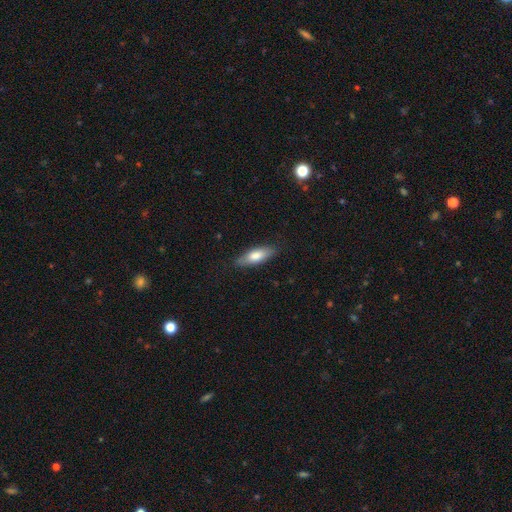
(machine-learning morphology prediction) smooth 74%, featured or disk 20%, star or artifact 6%. Down the decision tree: how rounded — in between (65%); merging — none (83%).